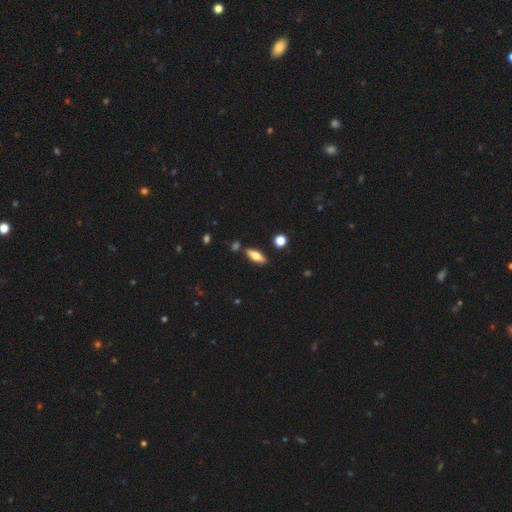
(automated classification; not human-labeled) Smooth or featured? smooth (67%)
How rounded? in between (64%)
Merging? none (82%)